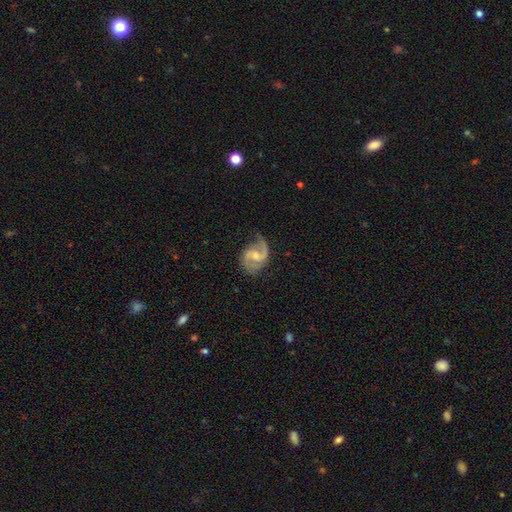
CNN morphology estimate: type=featured or disk (87%); edge-on=no (98%); bar=weak (55%); spiral arms=yes (97%); winding=medium (48%); arm count=2 (89%); bulge=moderate (46%); merging=none (67%).